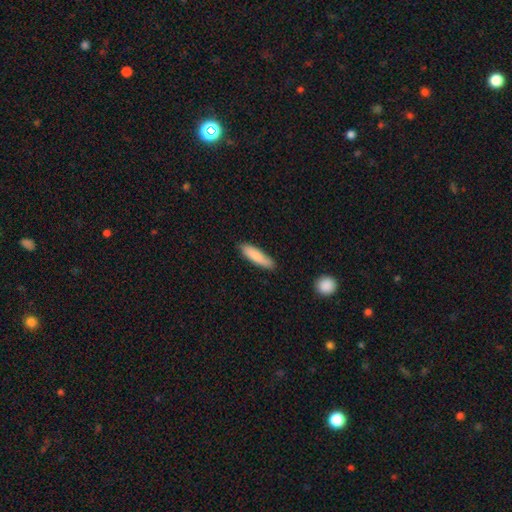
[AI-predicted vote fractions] This is clearly a smooth galaxy (86%). How rounded: likely cigar-shaped (67%). Merging: clearly none (84%).